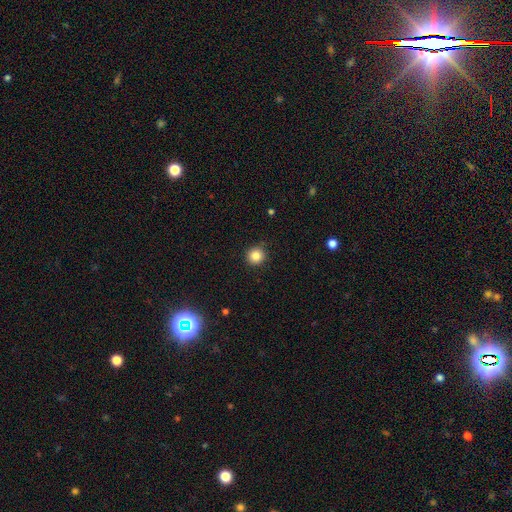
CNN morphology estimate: Smooth or featured: smooth — 85% (star or artifact — 11%)
How rounded: round — 94% (in between — 5%)
Merging: none — 90% (minor disturbance — 7%)